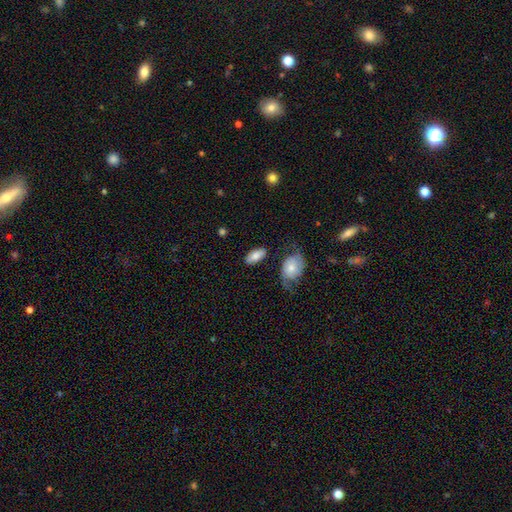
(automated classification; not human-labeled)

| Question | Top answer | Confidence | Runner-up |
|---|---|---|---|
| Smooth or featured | smooth | 78% | featured or disk (15%) |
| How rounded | in between | 93% | cigar-shaped (4%) |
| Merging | none | 74% | minor disturbance (15%) |